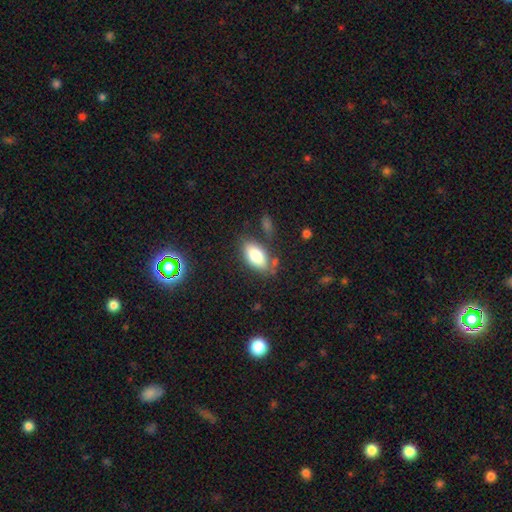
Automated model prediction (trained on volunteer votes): Smooth or featured: smooth — 80% (featured or disk — 12%)
How rounded: in between — 91% (cigar-shaped — 5%)
Merging: none — 72% (minor disturbance — 17%)